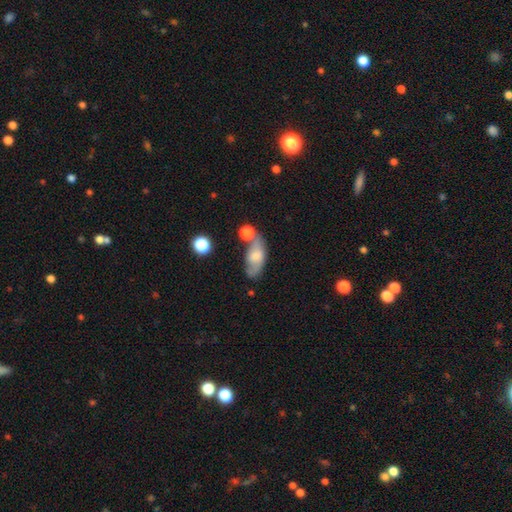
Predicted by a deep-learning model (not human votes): smooth 55%, featured or disk 37%, star or artifact 9%. Down the decision tree: how rounded — in between (84%); merging — none (48%).